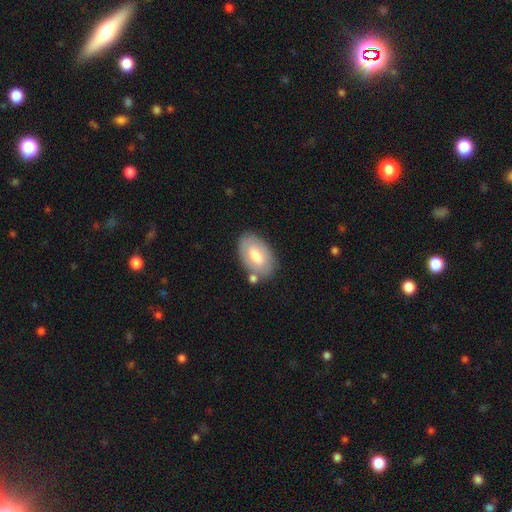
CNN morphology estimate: smooth_or_featured: smooth (p=0.60) [alt: featured or disk p=0.34]
how_rounded: in between (p=0.93) [alt: round p=0.06]
merging: none (p=0.72) [alt: minor disturbance p=0.16]